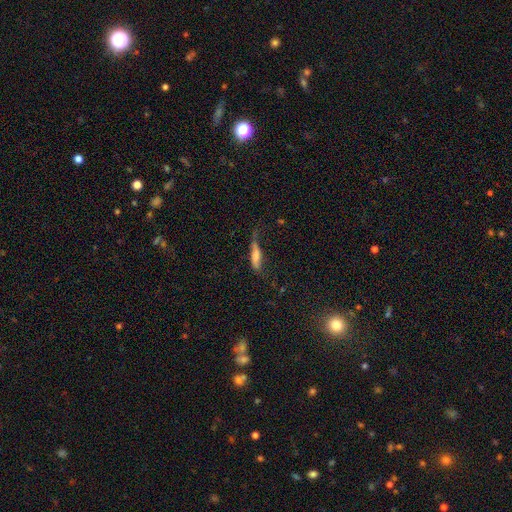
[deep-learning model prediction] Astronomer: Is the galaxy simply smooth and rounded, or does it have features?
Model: smooth — 59%.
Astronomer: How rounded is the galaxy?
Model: cigar-shaped — 64%.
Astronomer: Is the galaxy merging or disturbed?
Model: none — 40% (runner-up: minor disturbance, 32%).